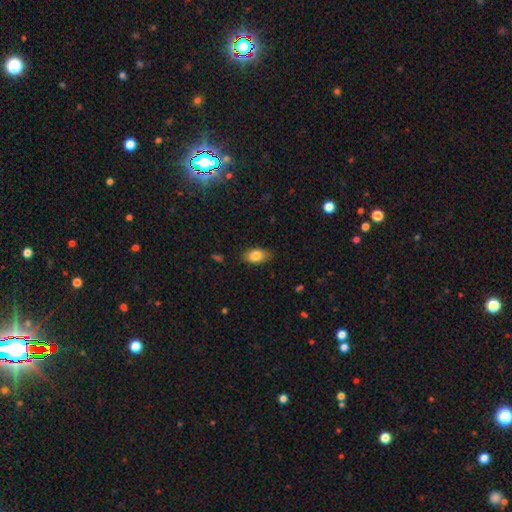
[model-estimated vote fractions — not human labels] A smooth galaxy with no disk features (82%) that is in between round and cigar-shaped (88%).

Vote fractions:
- Smooth or featured? smooth: 82% / featured or disk: 10% / star or artifact: 8%
- How rounded? in between: 88% / round: 8% / cigar-shaped: 3%
- Merging? none: 82% / minor disturbance: 14% / major disturbance: 3% / merger: 1%